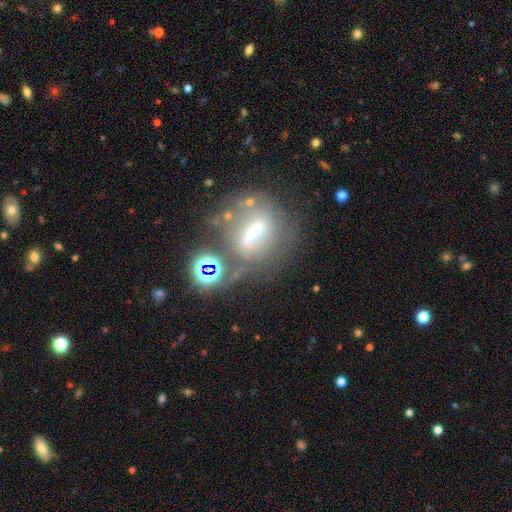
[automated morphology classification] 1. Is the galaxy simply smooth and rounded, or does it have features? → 59% featured or disk, 23% smooth, 18% star or artifact.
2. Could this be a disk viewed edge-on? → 87% no, 13% yes.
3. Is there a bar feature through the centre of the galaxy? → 40% strong, 37% weak, 23% no.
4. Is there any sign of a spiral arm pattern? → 58% yes, 42% no.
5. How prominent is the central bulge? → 43% small, 39% moderate, 9% large, 7% none, 3% dominant.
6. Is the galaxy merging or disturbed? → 47% none, 27% merger, 15% minor disturbance, 11% major disturbance.